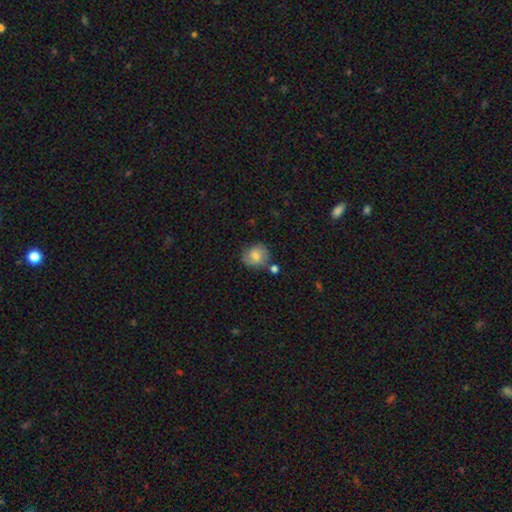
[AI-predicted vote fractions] Smooth or featured? Predicted: smooth (p=0.72). How rounded? Predicted: round (p=0.75). Merging? Predicted: none (p=0.67).